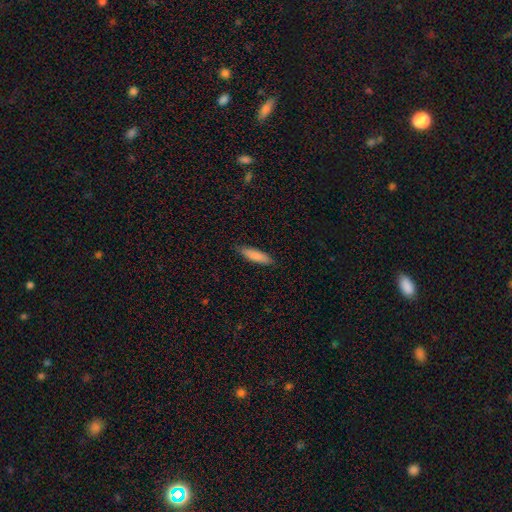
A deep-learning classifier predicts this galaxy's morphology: smooth 86%, featured or disk 8%, star or artifact 6%. Down the decision tree: how rounded — cigar-shaped (66%); merging — none (86%).